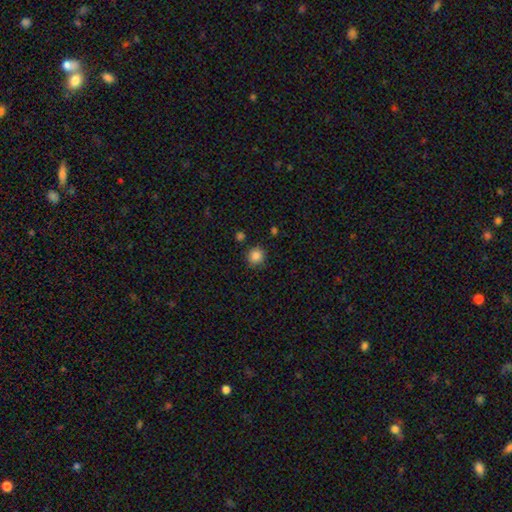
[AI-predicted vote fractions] Smooth or featured: smooth — 86% (star or artifact — 11%)
How rounded: round — 90% (in between — 9%)
Merging: none — 85% (minor disturbance — 9%)